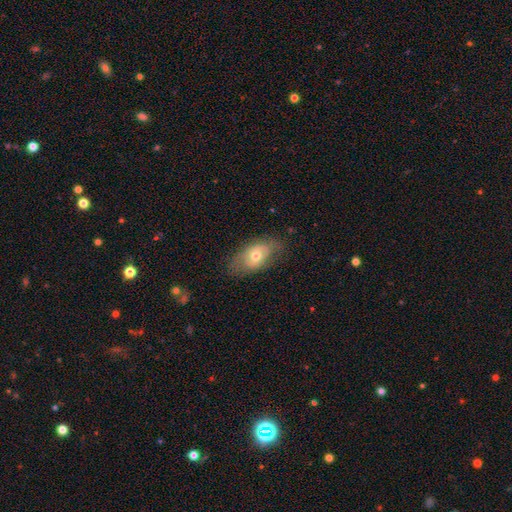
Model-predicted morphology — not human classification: Smooth or featured? smooth (54%)
How rounded? in between (88%)
Merging? none (71%)